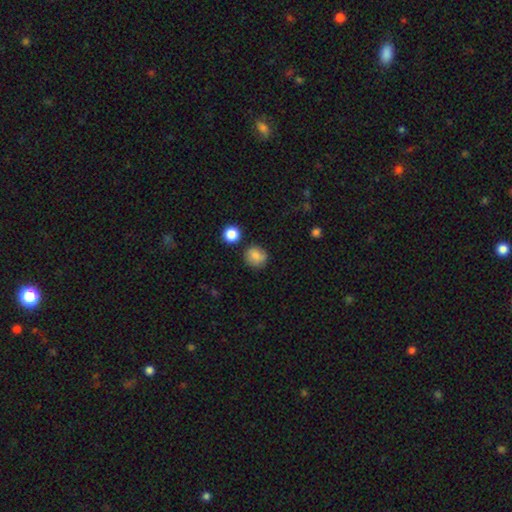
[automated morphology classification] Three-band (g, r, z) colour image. It shows a smooth galaxy with no disk features (80%) that is round (86%). Merging: none (75%).